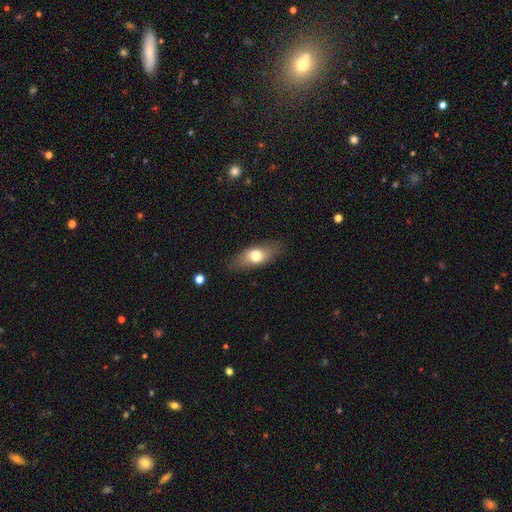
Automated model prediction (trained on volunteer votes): This appears to be a smooth galaxy with no disk features (69%) that is in between round and cigar-shaped (77%). Merging: none (81%).